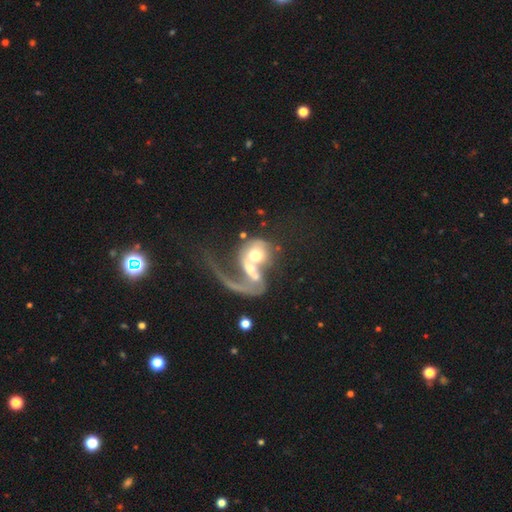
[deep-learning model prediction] Smooth or featured: featured or disk — 59% (smooth — 33%)
Edge-on disk: no — 95% (yes — 5%)
Bar: no — 67% (weak — 23%)
Spiral arms: yes — 64% (no — 36%)
Bulge size: moderate — 58% (large — 22%)
Merging: merger — 59% (major disturbance — 25%)